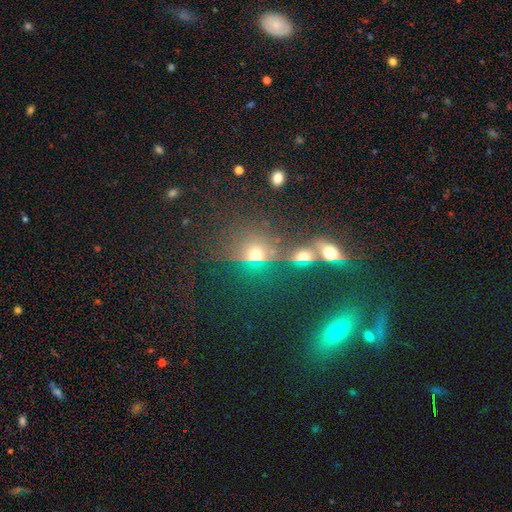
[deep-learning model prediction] Q: Smooth or featured?
A: smooth (52%); runner-up: star or artifact (31%)
Q: How rounded?
A: round (67%); runner-up: in between (30%)
Q: Merging?
A: none (51%); runner-up: merger (27%)